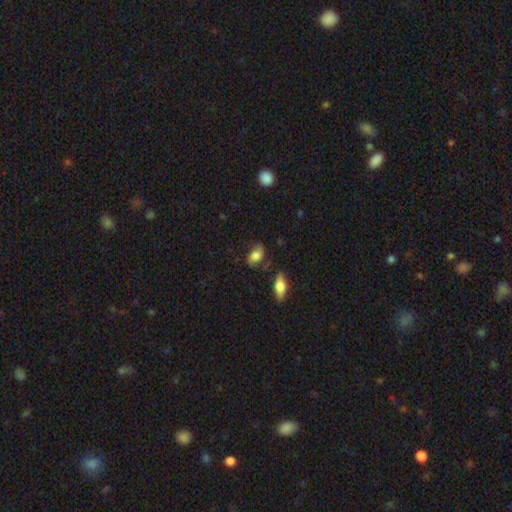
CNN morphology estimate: Overall: smooth (74%). How rounded: in between (81%). Merging: none (61%; minor disturbance 26%).